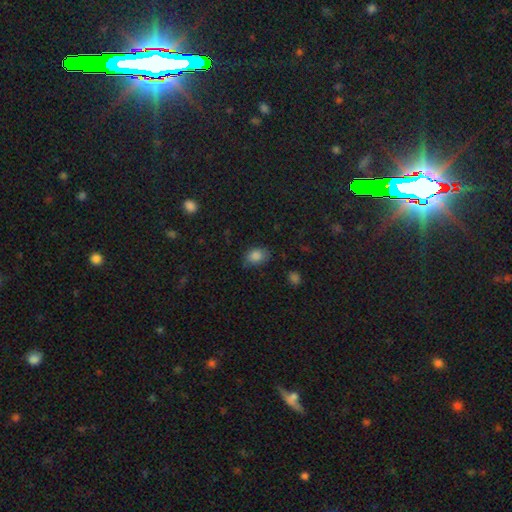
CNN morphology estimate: type=smooth (84%); roundness=in between (71%); merging=none (69%).